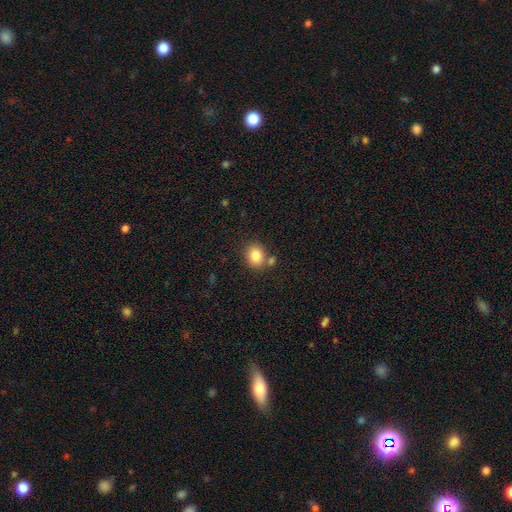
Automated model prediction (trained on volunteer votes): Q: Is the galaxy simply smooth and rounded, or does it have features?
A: smooth — 83%.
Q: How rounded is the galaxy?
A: round — 65%.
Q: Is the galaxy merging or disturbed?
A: none — 71%.